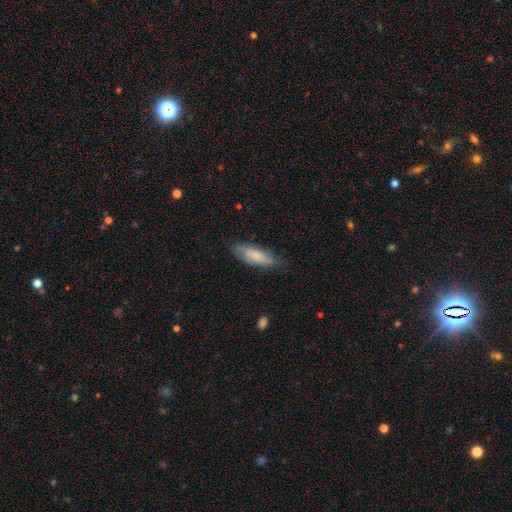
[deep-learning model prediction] Smooth or featured? Predicted: smooth (p=0.63). How rounded? Predicted: in between (p=0.59). Merging? Predicted: none (p=0.74).